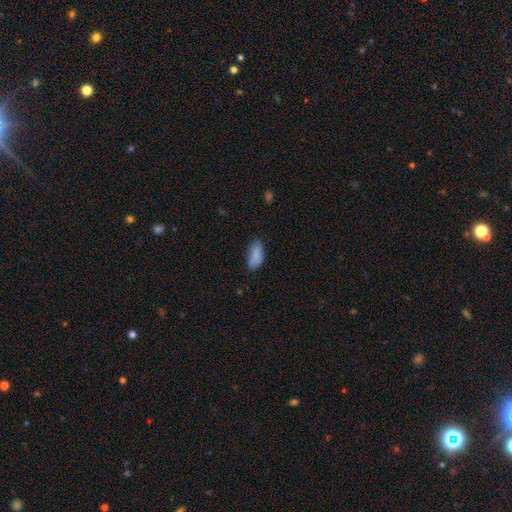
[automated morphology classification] Smooth or featured? Predicted: smooth (p=0.87). How rounded? Predicted: in between (p=0.88). Merging? Predicted: none (p=0.71).